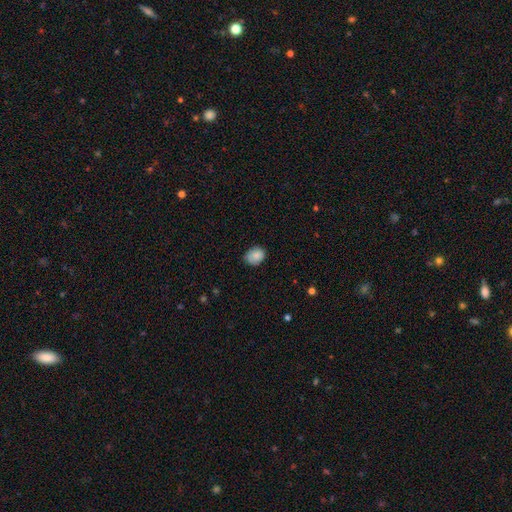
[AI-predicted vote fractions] Smooth or featured: smooth — 83% (featured or disk — 8%)
How rounded: in between — 53% (round — 47%)
Merging: none — 69% (minor disturbance — 25%)